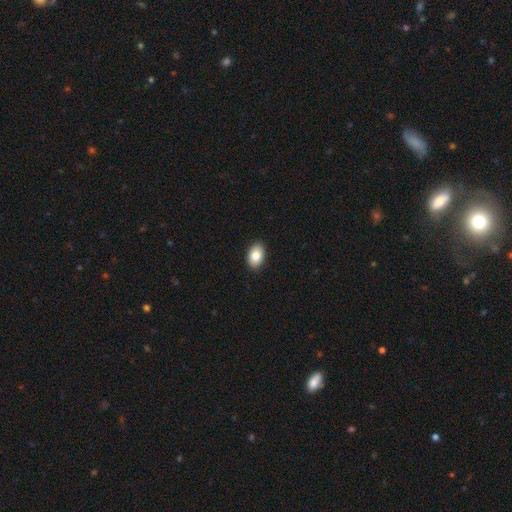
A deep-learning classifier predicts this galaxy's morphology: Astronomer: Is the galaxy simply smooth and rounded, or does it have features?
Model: smooth — 85%.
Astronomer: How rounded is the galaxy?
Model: in between — 87%.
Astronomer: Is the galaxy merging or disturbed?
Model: none — 90%.